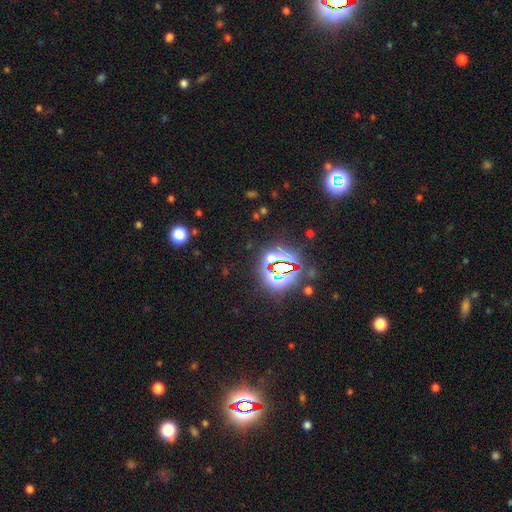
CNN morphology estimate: Smooth or featured? star or artifact (82%)